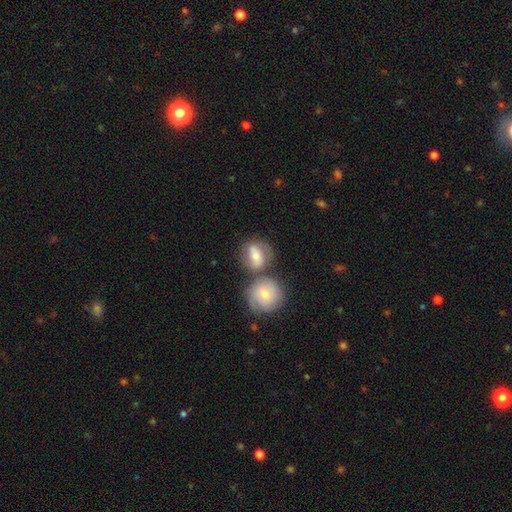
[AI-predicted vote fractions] A smooth galaxy with no disk features (55%) that is round (57%).

Vote fractions:
- Smooth or featured? smooth: 55% / featured or disk: 37% / star or artifact: 8%
- How rounded? round: 57% / in between: 40% / cigar-shaped: 3%
- Merging? none: 44% / merger: 36% / minor disturbance: 14% / major disturbance: 6%